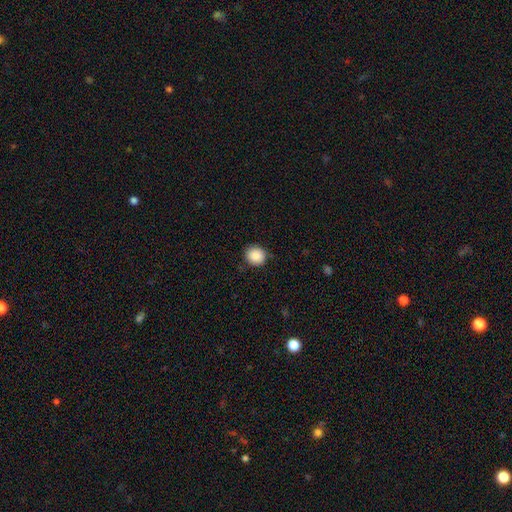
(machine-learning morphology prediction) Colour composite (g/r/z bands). It shows a smooth galaxy with no disk features (89%) that is round (86%). Merging: none (88%).